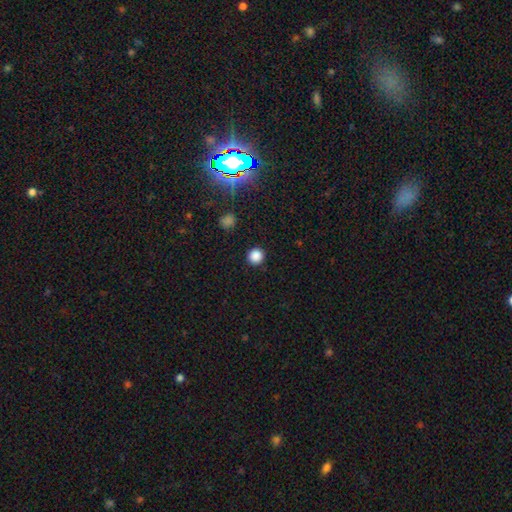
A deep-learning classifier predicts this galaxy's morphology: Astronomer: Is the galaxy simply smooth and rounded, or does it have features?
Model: smooth — 85%.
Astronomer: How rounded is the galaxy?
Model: round — 94%.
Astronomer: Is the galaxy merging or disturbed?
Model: none — 92%.